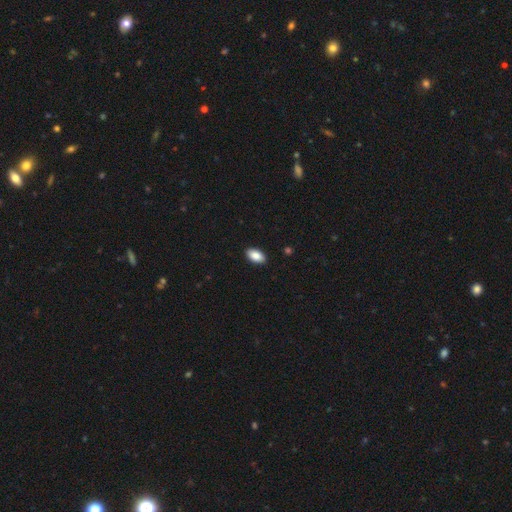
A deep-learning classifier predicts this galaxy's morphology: Overall: smooth (88%). How rounded: in between (94%). Merging: none (90%).